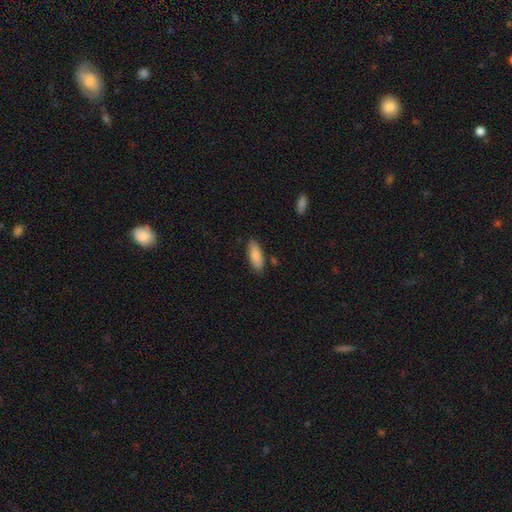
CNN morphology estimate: smooth_or_featured: smooth (p=0.86) [alt: featured or disk p=0.08]
how_rounded: in between (p=0.75) [alt: cigar-shaped p=0.23]
merging: none (p=0.82) [alt: minor disturbance p=0.12]